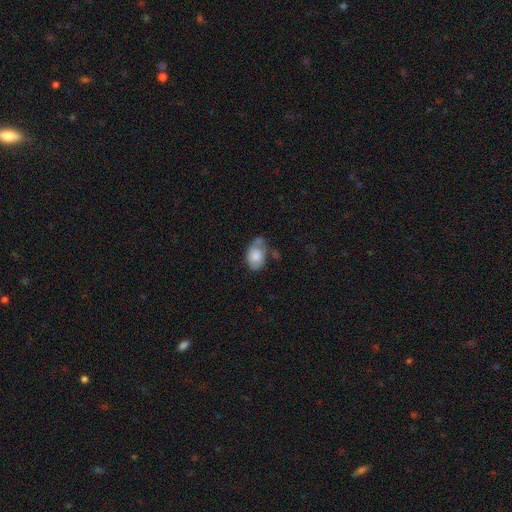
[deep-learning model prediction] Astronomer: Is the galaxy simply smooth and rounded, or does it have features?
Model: smooth — 72%.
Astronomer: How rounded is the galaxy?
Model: in between — 85%.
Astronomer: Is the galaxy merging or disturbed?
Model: none — 38% (runner-up: minor disturbance, 34%).